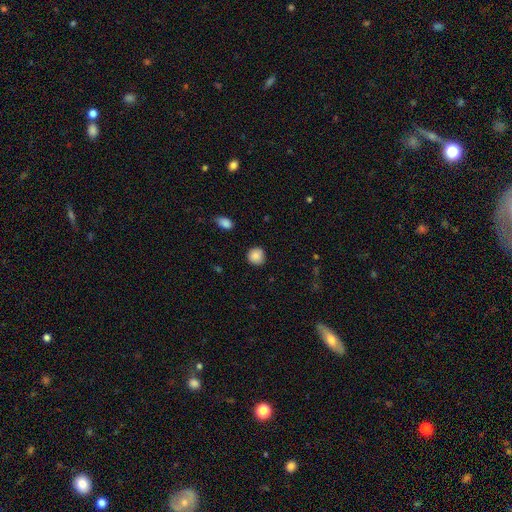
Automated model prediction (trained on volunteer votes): smooth-or-featured: smooth: 87% | star or artifact: 9% | featured or disk: 4%
  how-rounded: round: 91% | in between: 8% | cigar-shaped: 1%
  merging: none: 88% | minor disturbance: 9% | major disturbance: 2% | merger: 1%